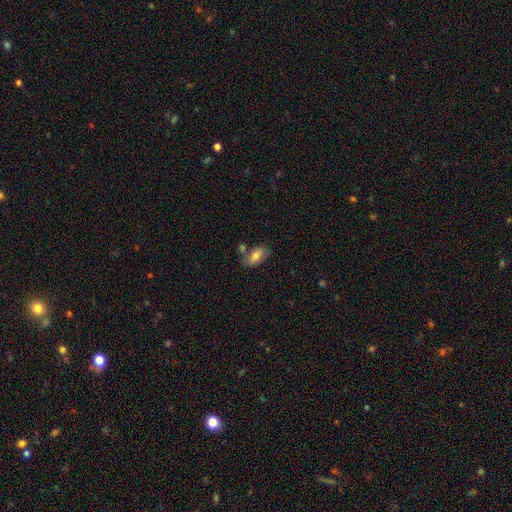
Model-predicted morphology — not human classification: A smooth galaxy with no disk features (71%) that is in between round and cigar-shaped (88%). Merging: none (62%).